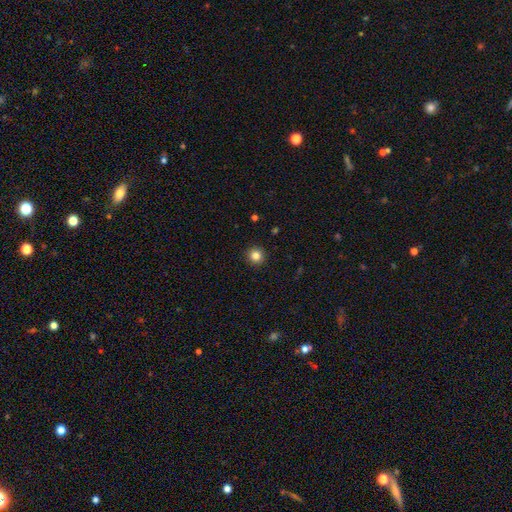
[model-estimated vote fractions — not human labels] smooth_or_featured: smooth (p=0.83) [alt: star or artifact p=0.12]
how_rounded: round (p=0.95) [alt: in between p=0.04]
merging: none (p=0.93) [alt: minor disturbance p=0.04]